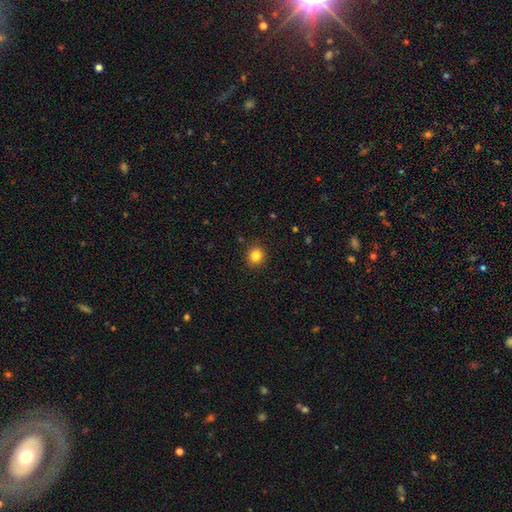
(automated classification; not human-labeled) smooth_or_featured: smooth (p=0.83) [alt: star or artifact p=0.12]
how_rounded: round (p=0.89) [alt: in between p=0.10]
merging: none (p=0.91) [alt: minor disturbance p=0.06]